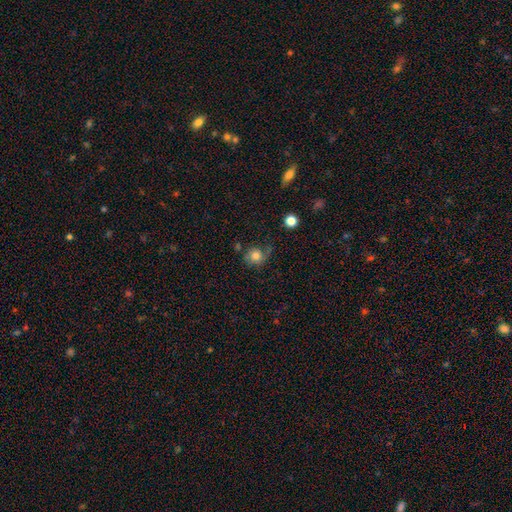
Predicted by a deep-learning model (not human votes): Smooth or featured: smooth — 72% (featured or disk — 17%)
How rounded: round — 80% (in between — 19%)
Merging: none — 55% (minor disturbance — 27%)